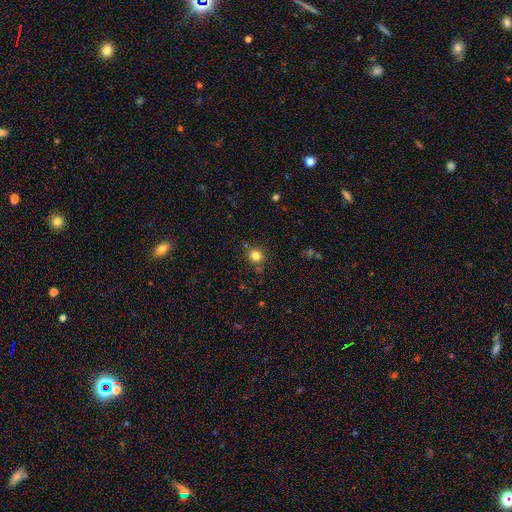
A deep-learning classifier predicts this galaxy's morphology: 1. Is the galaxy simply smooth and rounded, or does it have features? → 81% smooth, 14% star or artifact, 6% featured or disk.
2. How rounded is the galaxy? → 91% round, 8% in between, 1% cigar-shaped.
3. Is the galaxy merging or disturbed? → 81% none, 10% minor disturbance, 6% merger, 3% major disturbance.